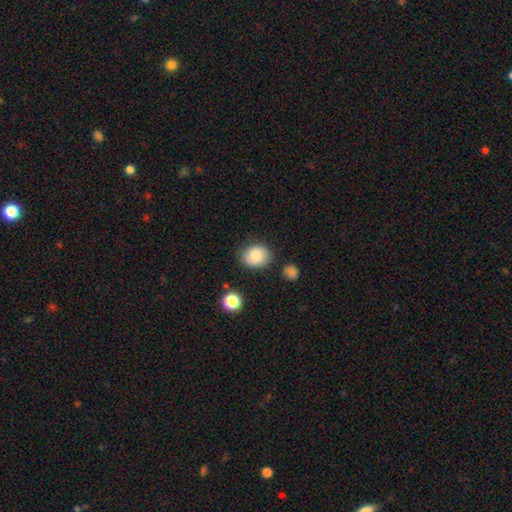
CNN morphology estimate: smooth-or-featured: smooth: 83% | star or artifact: 9% | featured or disk: 9%
  how-rounded: round: 52% | in between: 47% | cigar-shaped: 1%
  merging: none: 79% | minor disturbance: 15% | major disturbance: 4% | merger: 3%